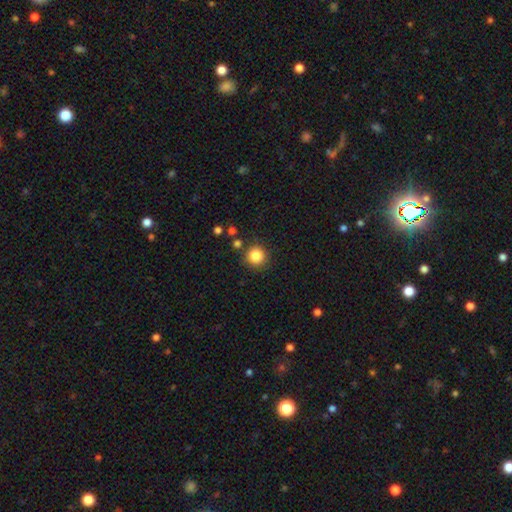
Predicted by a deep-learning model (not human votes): Q: Smooth or featured?
A: smooth (84%); runner-up: star or artifact (11%)
Q: How rounded?
A: round (94%); runner-up: in between (6%)
Q: Merging?
A: none (85%); runner-up: minor disturbance (8%)